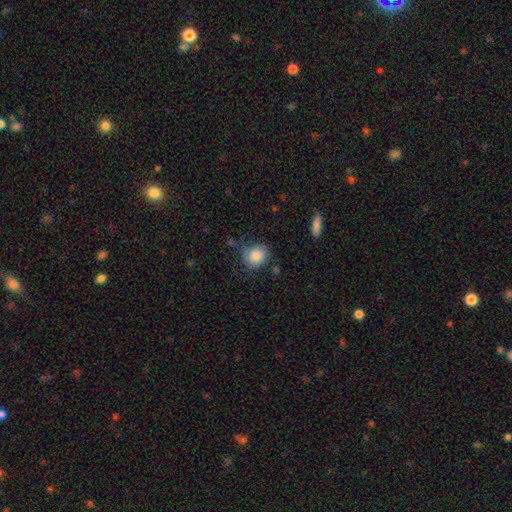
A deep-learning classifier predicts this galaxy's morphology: This is clearly a smooth galaxy (86%). How rounded: likely round (78%). Merging: likely none (69%).